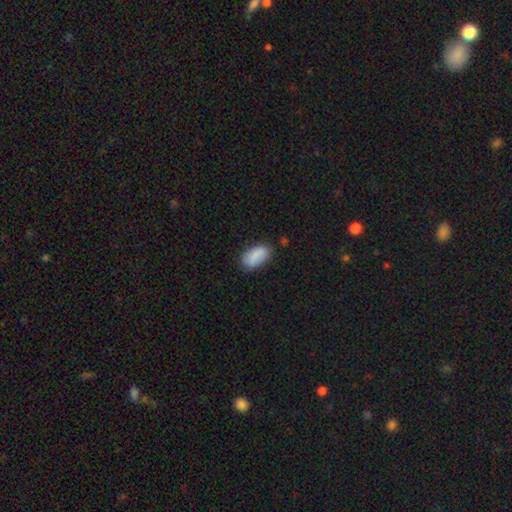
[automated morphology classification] Q: Smooth or featured?
A: smooth (87%); runner-up: star or artifact (7%)
Q: How rounded?
A: in between (92%); runner-up: cigar-shaped (5%)
Q: Merging?
A: none (73%); runner-up: minor disturbance (20%)